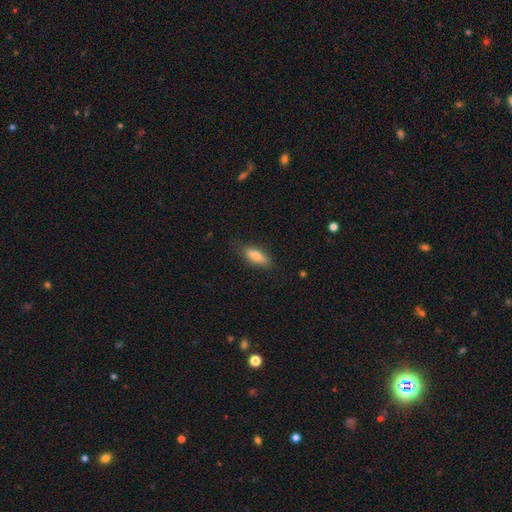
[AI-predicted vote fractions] This appears to be a smooth galaxy with no disk features (79%) that is in between round and cigar-shaped (63%). Merging: none (82%).